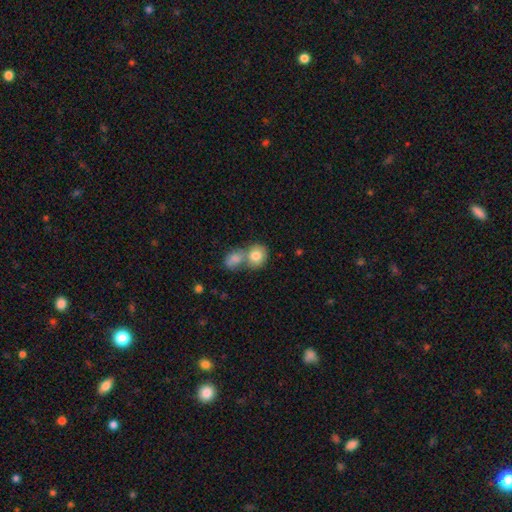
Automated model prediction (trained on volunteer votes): Q: Smooth or featured?
A: smooth (80%); runner-up: featured or disk (11%)
Q: How rounded?
A: round (71%); runner-up: in between (27%)
Q: Merging?
A: merger (52%); runner-up: none (36%)